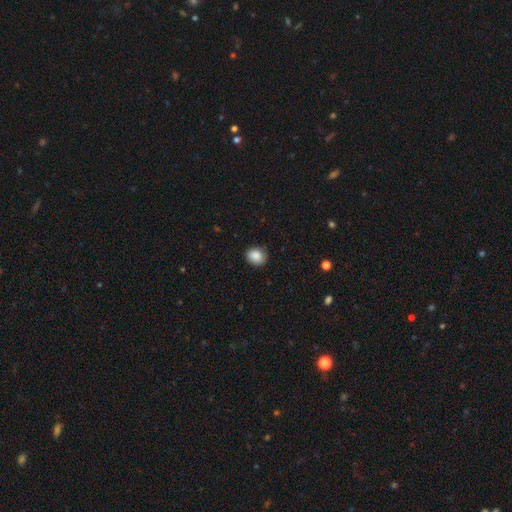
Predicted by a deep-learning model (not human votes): Smooth or featured: smooth — 88% (star or artifact — 9%)
How rounded: round — 71% (in between — 28%)
Merging: none — 87% (minor disturbance — 10%)